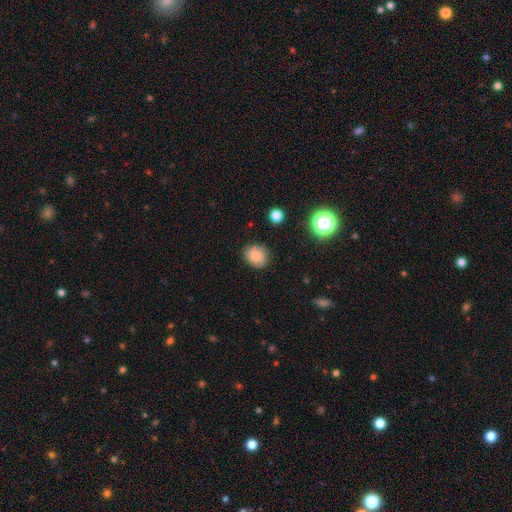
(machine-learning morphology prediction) Smooth or featured? smooth (72%)
How rounded? round (75%)
Merging? none (80%)